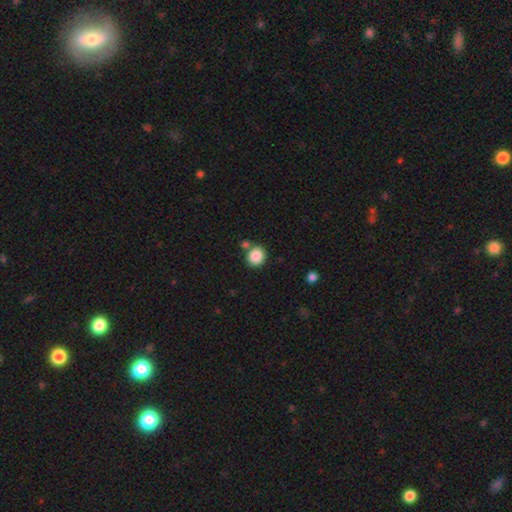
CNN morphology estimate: Overall: smooth (86%). How rounded: round (81%). Merging: none (70%).